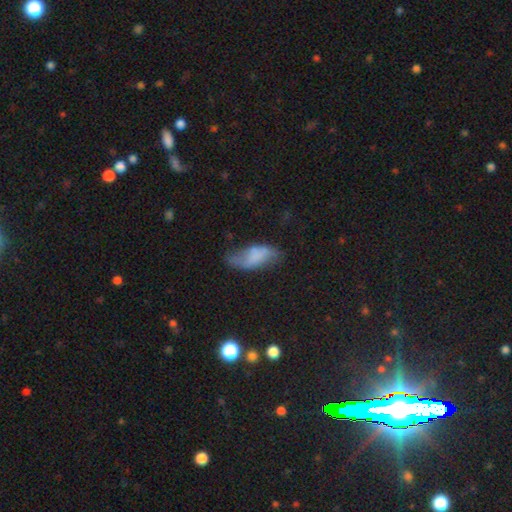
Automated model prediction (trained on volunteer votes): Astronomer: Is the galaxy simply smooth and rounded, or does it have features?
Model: smooth — 58%.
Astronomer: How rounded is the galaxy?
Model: in between — 85%.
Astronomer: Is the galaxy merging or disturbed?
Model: none — 45% (runner-up: minor disturbance, 32%).